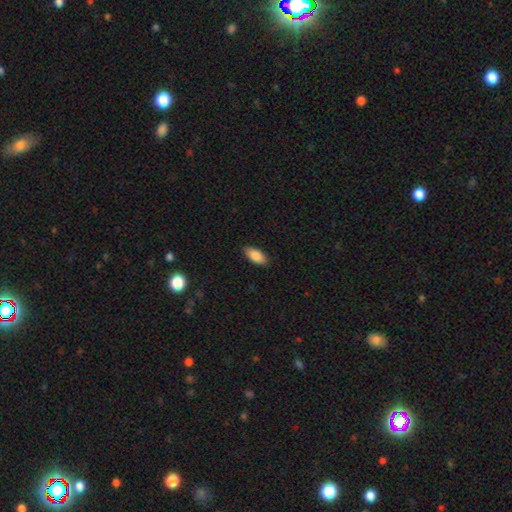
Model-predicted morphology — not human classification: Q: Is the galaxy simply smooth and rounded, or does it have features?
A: smooth — 88%.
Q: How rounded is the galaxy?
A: in between — 90%.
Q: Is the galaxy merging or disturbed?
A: none — 87%.